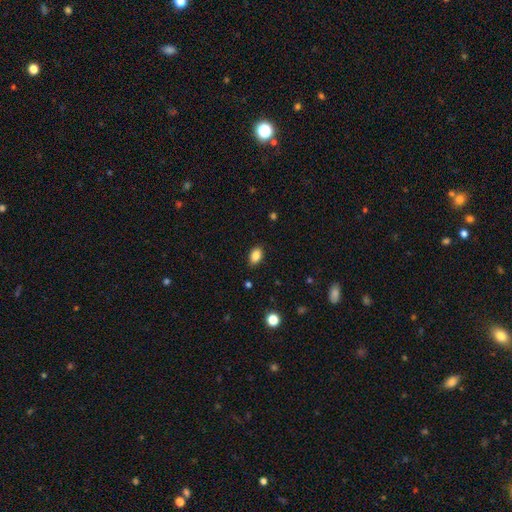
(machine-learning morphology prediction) Smooth or featured? Predicted: smooth (p=0.87). How rounded? Predicted: in between (p=0.87). Merging? Predicted: none (p=0.87).